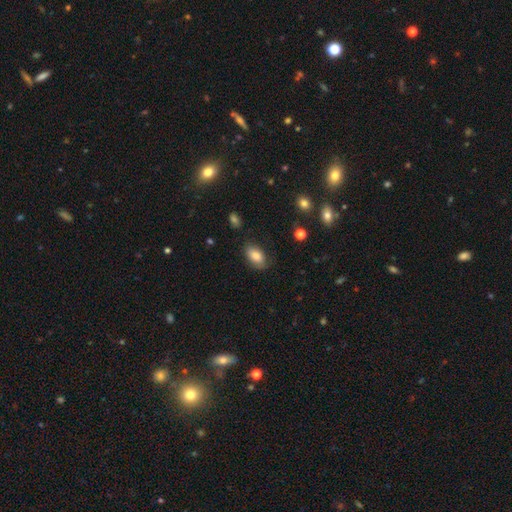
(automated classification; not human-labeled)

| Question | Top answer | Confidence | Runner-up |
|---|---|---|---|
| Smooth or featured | smooth | 83% | featured or disk (9%) |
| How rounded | in between | 92% | round (6%) |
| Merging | none | 78% | minor disturbance (17%) |